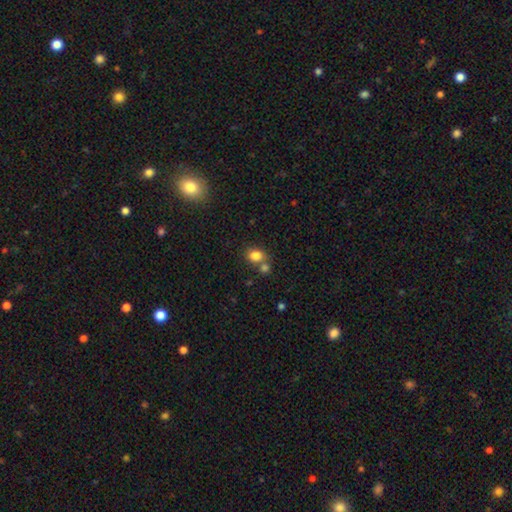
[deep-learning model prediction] Q: Smooth or featured?
A: smooth (83%); runner-up: star or artifact (11%)
Q: How rounded?
A: round (50%); runner-up: in between (49%)
Q: Merging?
A: none (54%); runner-up: merger (32%)